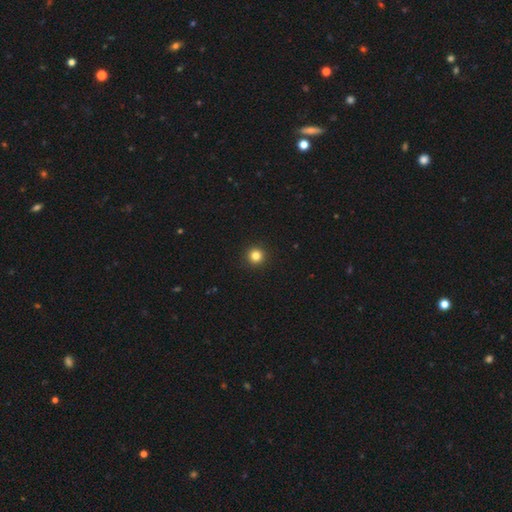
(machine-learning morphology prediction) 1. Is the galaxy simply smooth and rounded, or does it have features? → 82% smooth, 13% star or artifact, 4% featured or disk.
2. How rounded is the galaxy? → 96% round, 3% in between, 1% cigar-shaped.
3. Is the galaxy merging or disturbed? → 94% none, 4% minor disturbance, 1% major disturbance, 1% merger.